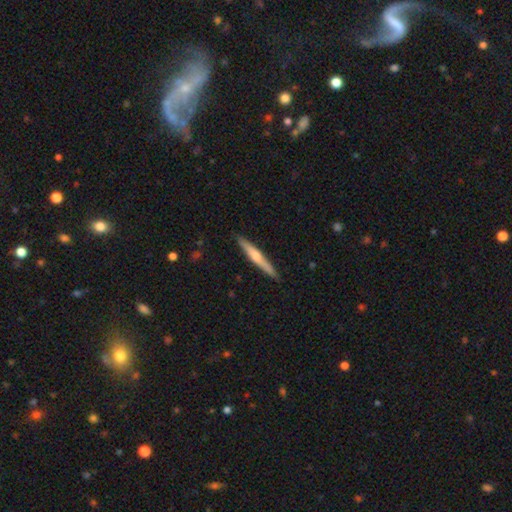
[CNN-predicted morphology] type=featured or disk (54%); edge-on=yes (97%); edge-on bulge=rounded (76%); merging=none (90%).